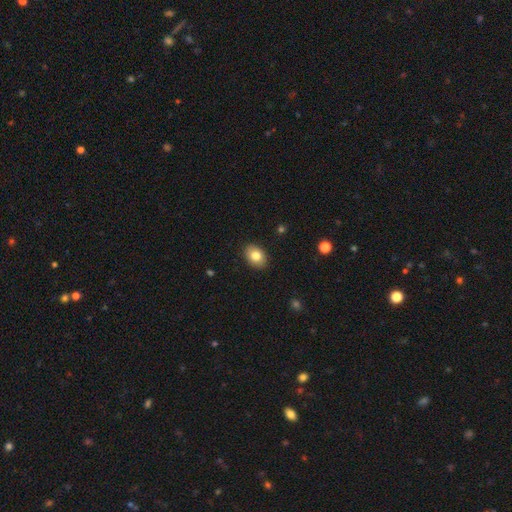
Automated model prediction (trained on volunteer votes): smooth_or_featured: smooth (p=0.82) [alt: featured or disk p=0.10]
how_rounded: in between (p=0.77) [alt: round p=0.22]
merging: none (p=0.89) [alt: minor disturbance p=0.08]